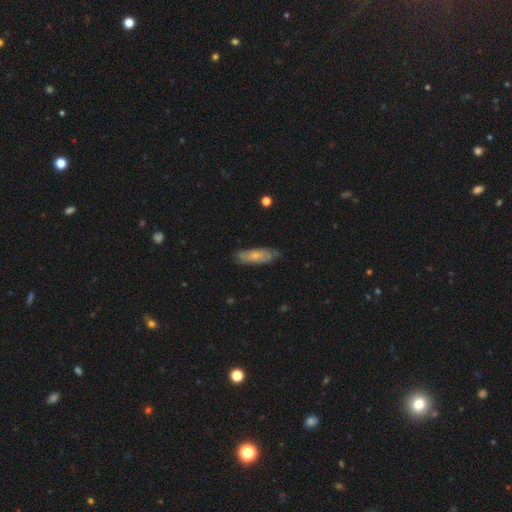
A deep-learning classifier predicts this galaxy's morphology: smooth_or_featured: smooth (p=0.48) [alt: featured or disk p=0.45]
merging: none (p=0.75) [alt: minor disturbance p=0.20]